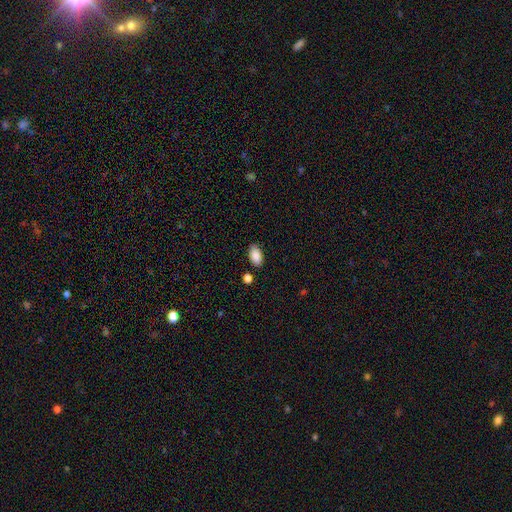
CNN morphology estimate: smooth 89%, star or artifact 7%, featured or disk 4%. Down the decision tree: how rounded — in between (93%); merging — none (82%).